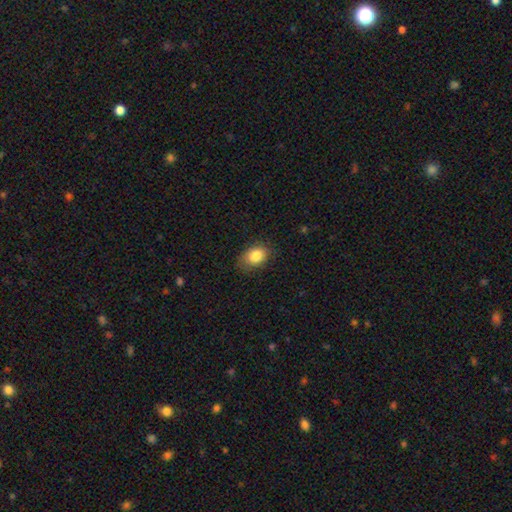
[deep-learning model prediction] Overall: smooth (84%). How rounded: in between (77%). Merging: none (75%).